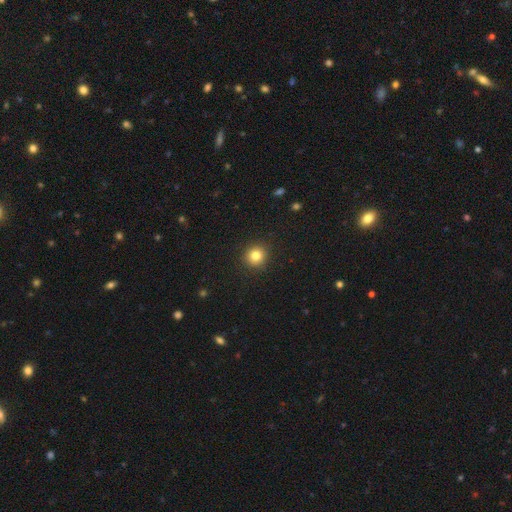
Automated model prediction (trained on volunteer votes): Smooth or featured? smooth (82%)
How rounded? round (92%)
Merging? none (92%)